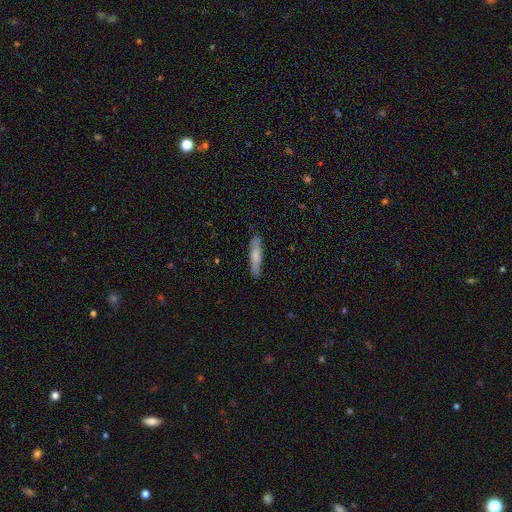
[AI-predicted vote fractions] This is likely a smooth galaxy (70%). How rounded: clearly cigar-shaped (82%). Merging: clearly none (86%).